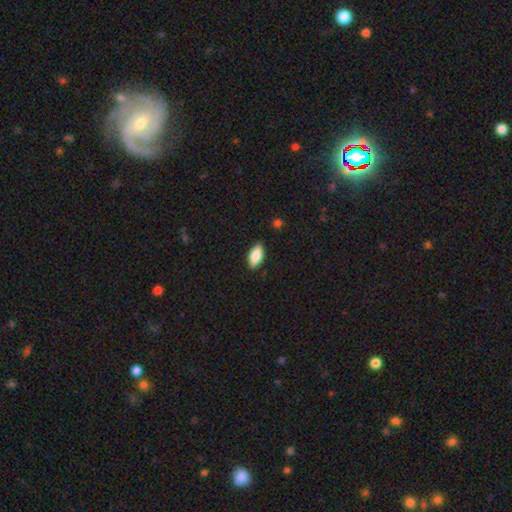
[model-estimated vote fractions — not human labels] Q: Smooth or featured?
A: smooth (87%); runner-up: featured or disk (7%)
Q: How rounded?
A: in between (89%); runner-up: cigar-shaped (9%)
Q: Merging?
A: none (86%); runner-up: minor disturbance (11%)